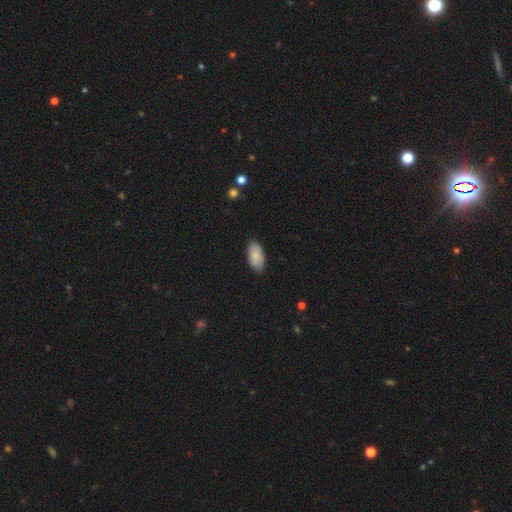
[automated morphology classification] Smooth or featured? Predicted: smooth (p=0.86). How rounded? Predicted: in between (p=0.95). Merging? Predicted: none (p=0.85).